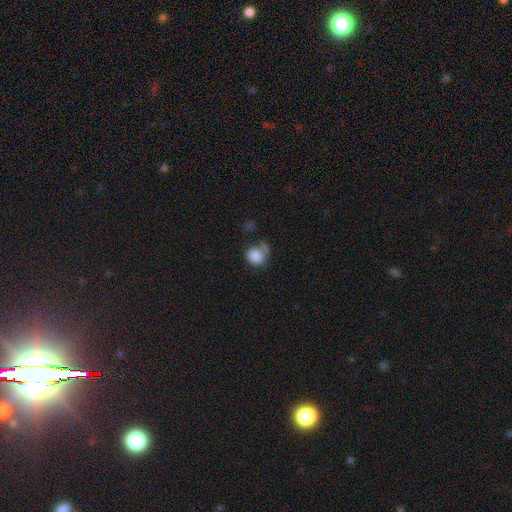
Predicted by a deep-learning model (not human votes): smooth-or-featured: smooth: 85% | star or artifact: 9% | featured or disk: 6%
  how-rounded: round: 71% | in between: 28% | cigar-shaped: 1%
  merging: none: 48% | minor disturbance: 21% | merger: 18% | major disturbance: 13%